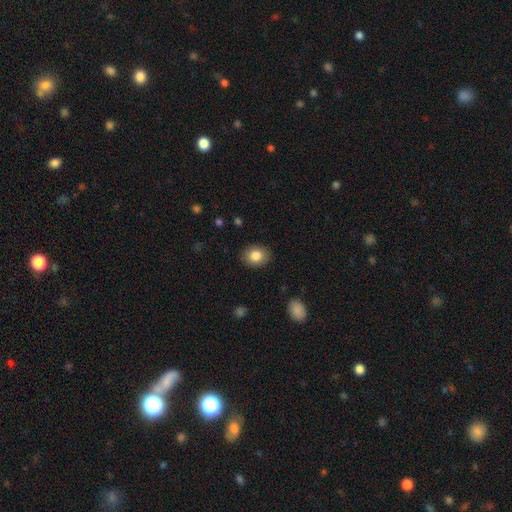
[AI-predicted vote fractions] A smooth galaxy with no disk features (84%) that is in between round and cigar-shaped (51%).

Vote fractions:
- Smooth or featured? smooth: 84% / star or artifact: 9% / featured or disk: 8%
- How rounded? in between: 51% / round: 48% / cigar-shaped: 1%
- Merging? none: 88% / minor disturbance: 8% / major disturbance: 2% / merger: 1%